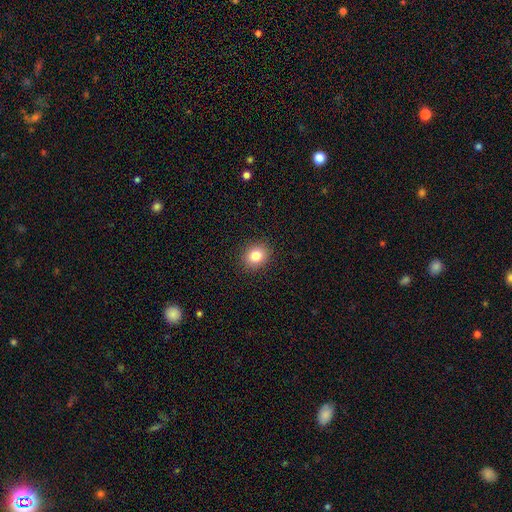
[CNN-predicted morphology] type=smooth (83%); roundness=round (65%); merging=none (91%).